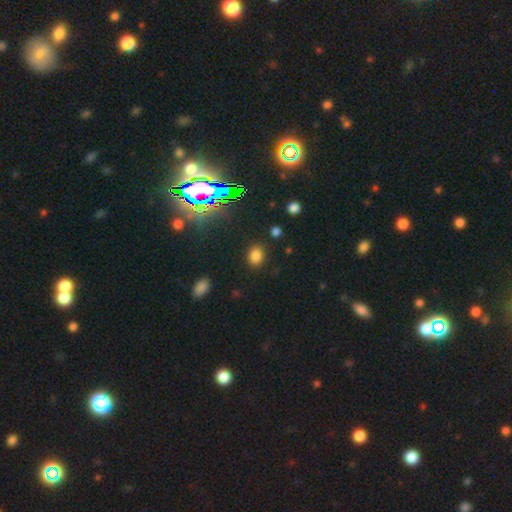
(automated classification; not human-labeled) smooth-or-featured: smooth: 77% | star or artifact: 17% | featured or disk: 5%
  how-rounded: in between: 58% | round: 40% | cigar-shaped: 1%
  merging: none: 86% | minor disturbance: 9% | major disturbance: 3% | merger: 2%